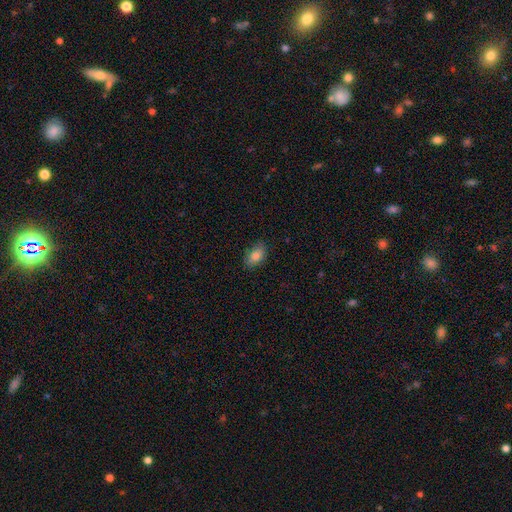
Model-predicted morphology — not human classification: smooth_or_featured: smooth (p=0.84) [alt: featured or disk p=0.08]
how_rounded: in between (p=0.90) [alt: round p=0.08]
merging: none (p=0.84) [alt: minor disturbance p=0.12]